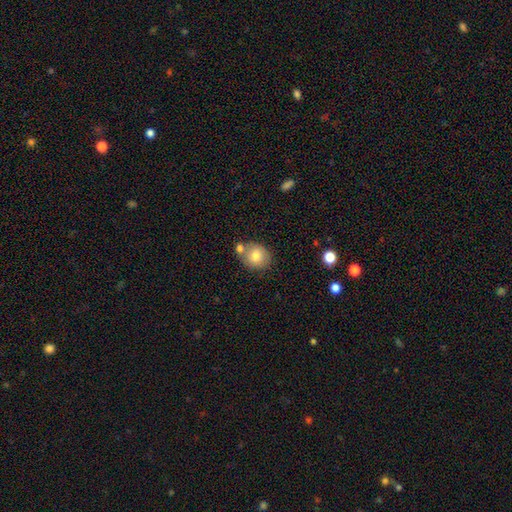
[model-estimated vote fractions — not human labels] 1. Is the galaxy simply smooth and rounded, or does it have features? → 79% smooth, 13% featured or disk, 9% star or artifact.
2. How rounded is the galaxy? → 74% round, 25% in between, 1% cigar-shaped.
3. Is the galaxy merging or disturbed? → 58% none, 25% merger, 13% minor disturbance, 4% major disturbance.